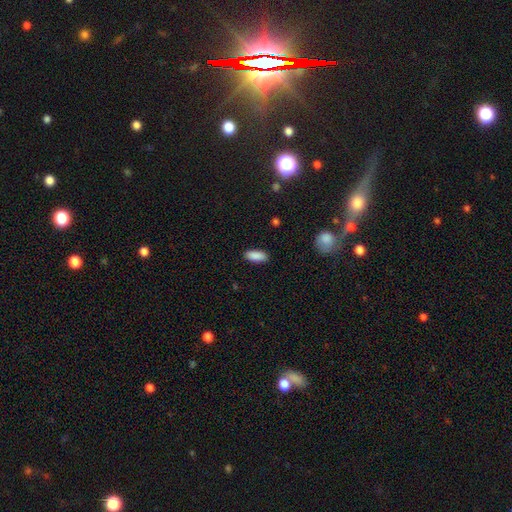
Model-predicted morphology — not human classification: This appears to be a smooth galaxy with no disk features (89%) that is in between round and cigar-shaped (80%). Merging: none (89%).